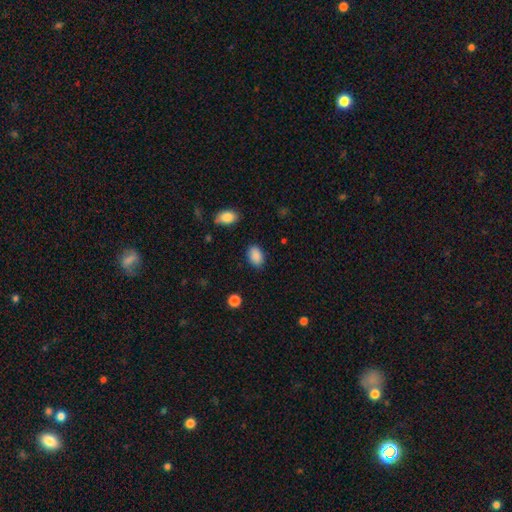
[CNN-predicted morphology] Overall: smooth (88%). How rounded: in between (85%). Merging: none (83%).